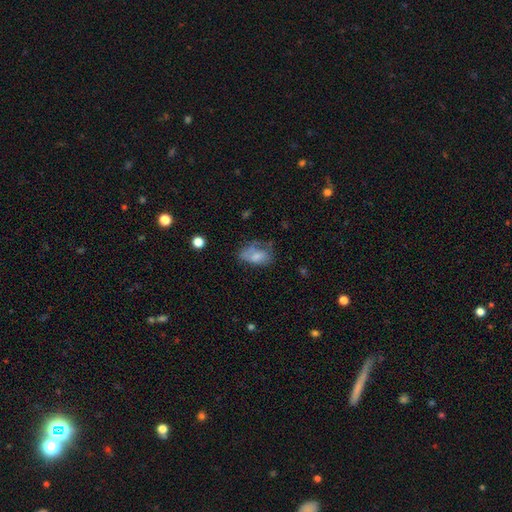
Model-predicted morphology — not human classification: smooth 68%, featured or disk 23%, star or artifact 10%. Down the decision tree: how rounded — in between (87%); merging — none (38%).